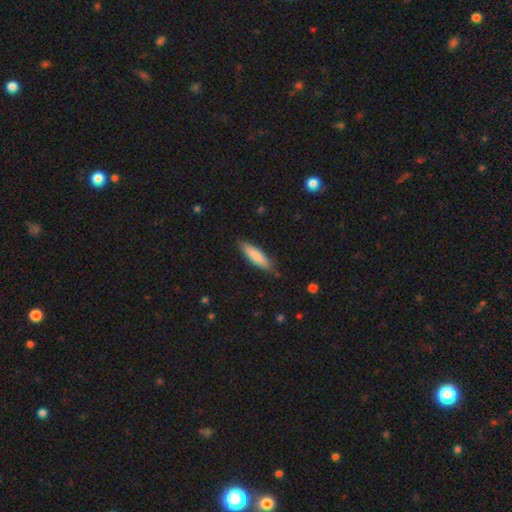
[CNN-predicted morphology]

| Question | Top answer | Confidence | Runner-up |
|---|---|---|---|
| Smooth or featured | smooth | 82% | featured or disk (12%) |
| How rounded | cigar-shaped | 63% | in between (36%) |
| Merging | none | 83% | minor disturbance (14%) |